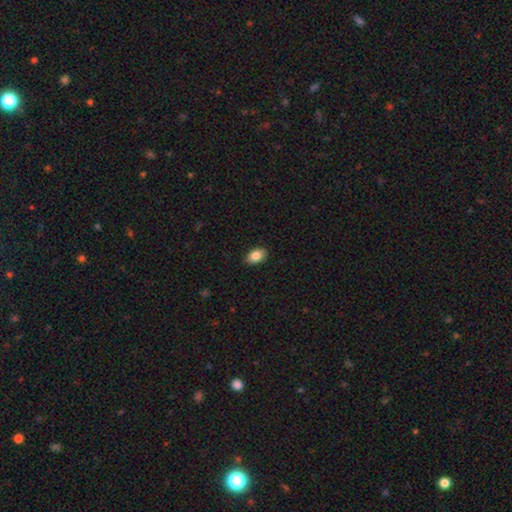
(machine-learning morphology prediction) smooth-or-featured: smooth: 85% | featured or disk: 8% | star or artifact: 7%
  how-rounded: in between: 88% | round: 11% | cigar-shaped: 1%
  merging: none: 86% | minor disturbance: 11% | major disturbance: 2% | merger: 1%